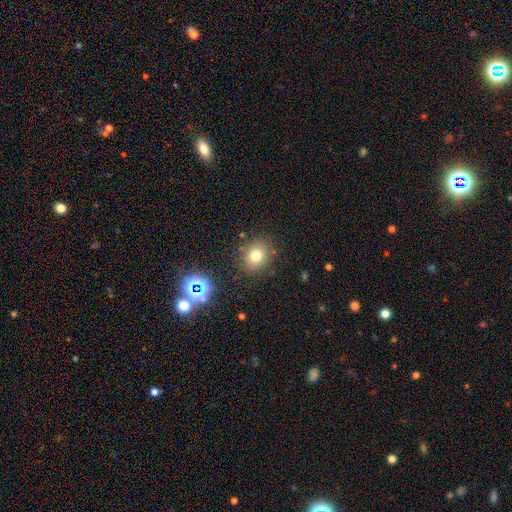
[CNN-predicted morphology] type=smooth (74%); roundness=round (70%); merging=none (84%).